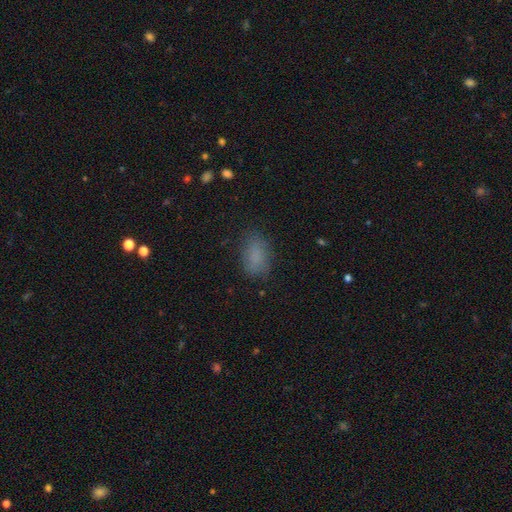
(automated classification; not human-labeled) Smooth or featured?
  - smooth: 82% *
  - star or artifact: 11%
  - featured or disk: 7%
How rounded?
  - in between: 88% *
  - round: 9%
  - cigar-shaped: 3%
Merging?
  - none: 77% *
  - minor disturbance: 16%
  - major disturbance: 6%
  - merger: 1%